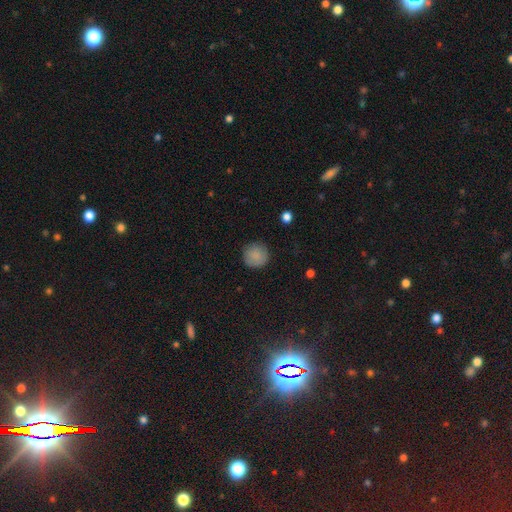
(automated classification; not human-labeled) This is clearly a smooth galaxy (85%). How rounded: clearly round (94%). Merging: clearly none (85%).